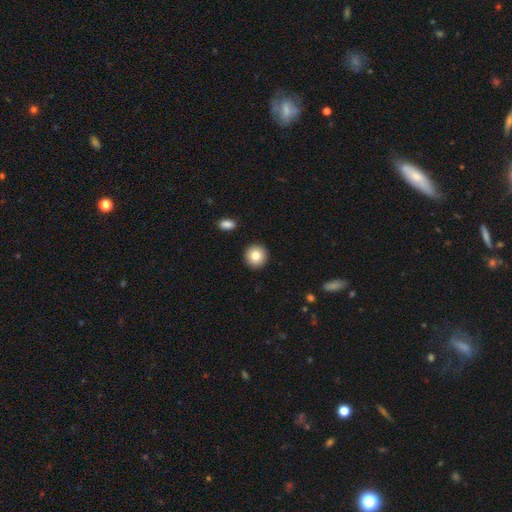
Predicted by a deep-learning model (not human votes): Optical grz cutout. It shows a smooth galaxy with no disk features (81%) that is round (94%). Merging: none (92%).